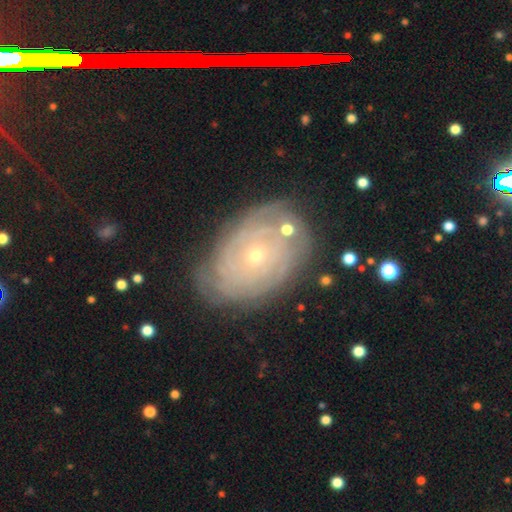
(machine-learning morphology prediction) Smooth or featured?
  - featured or disk: 80% *
  - smooth: 13%
  - star or artifact: 7%
Edge-on disk?
  - no: 96% *
  - yes: 4%
Bar?
  - no: 80% *
  - weak: 16%
  - strong: 4%
Spiral arms?
  - yes: 90% *
  - no: 10%
Spiral winding?
  - tight: 83% *
  - medium: 13%
  - loose: 4%
Spiral arm count?
  - can't tell: 47% *
  - 2: 13%
  - 4: 13%
  - 3: 12%
  - more than 4: 9%
  - 1: 5%
Bulge size?
  - small: 65% *
  - moderate: 32%
  - large: 1%
  - none: 1%
  - dominant: 1%
Merging?
  - none: 76% *
  - minor disturbance: 16%
  - major disturbance: 5%
  - merger: 3%